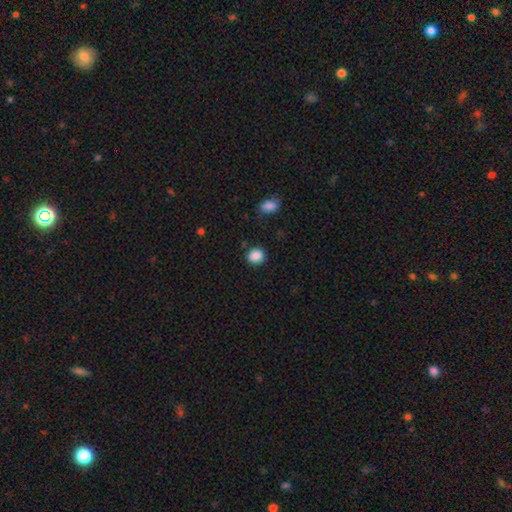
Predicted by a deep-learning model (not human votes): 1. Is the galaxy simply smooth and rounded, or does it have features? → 88% smooth, 9% star or artifact, 3% featured or disk.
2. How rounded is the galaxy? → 70% round, 29% in between, 1% cigar-shaped.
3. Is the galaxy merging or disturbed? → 84% none, 10% minor disturbance, 3% major disturbance, 2% merger.